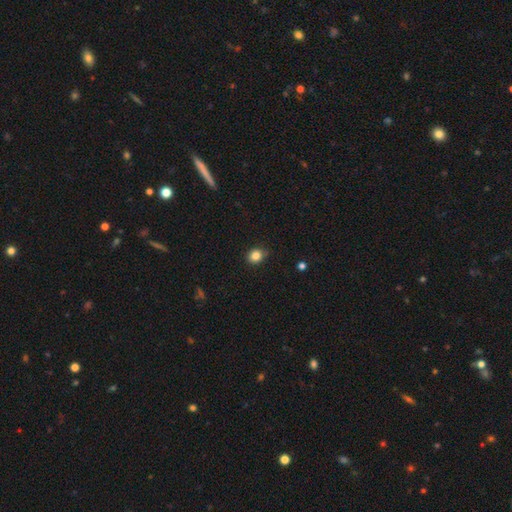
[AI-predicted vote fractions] smooth_or_featured: smooth (p=0.84) [alt: star or artifact p=0.11]
how_rounded: round (p=0.70) [alt: in between p=0.29]
merging: none (p=0.83) [alt: minor disturbance p=0.14]